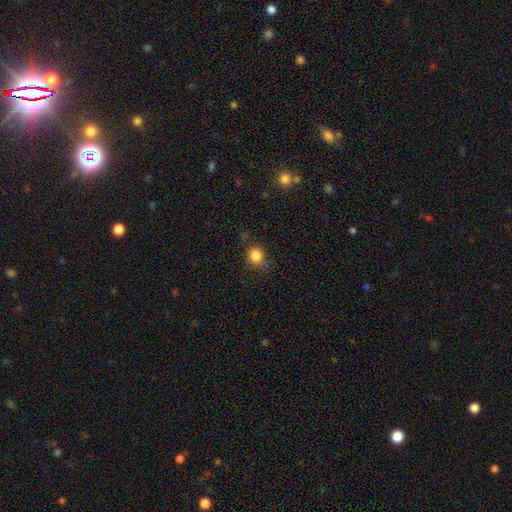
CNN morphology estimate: A smooth galaxy with no disk features (83%) that is round (80%).

Vote fractions:
- Smooth or featured? smooth: 83% / star or artifact: 12% / featured or disk: 5%
- How rounded? round: 80% / in between: 19% / cigar-shaped: 1%
- Merging? none: 75% / minor disturbance: 18% / major disturbance: 5% / merger: 3%